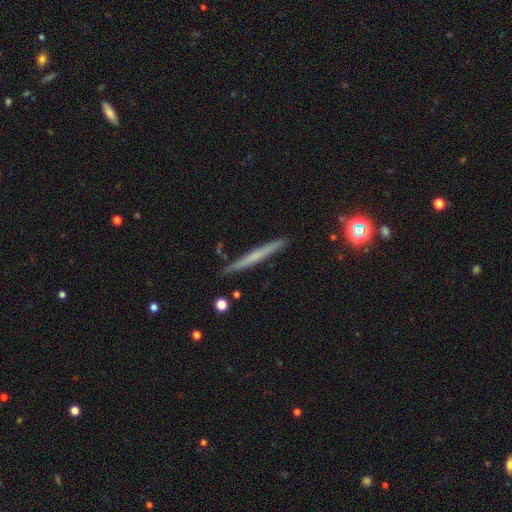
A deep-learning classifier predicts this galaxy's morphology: type=featured or disk (47%); merging=none (89%).